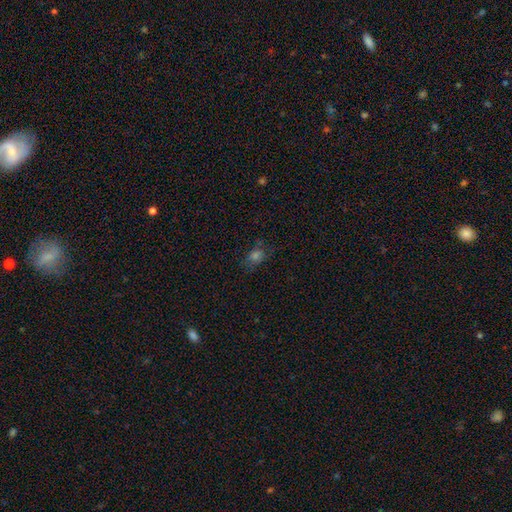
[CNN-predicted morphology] smooth-or-featured: smooth: 58% | star or artifact: 29% | featured or disk: 13%
  how-rounded: in between: 50% | round: 47% | cigar-shaped: 3%
  merging: none: 70% | minor disturbance: 19% | major disturbance: 8% | merger: 3%